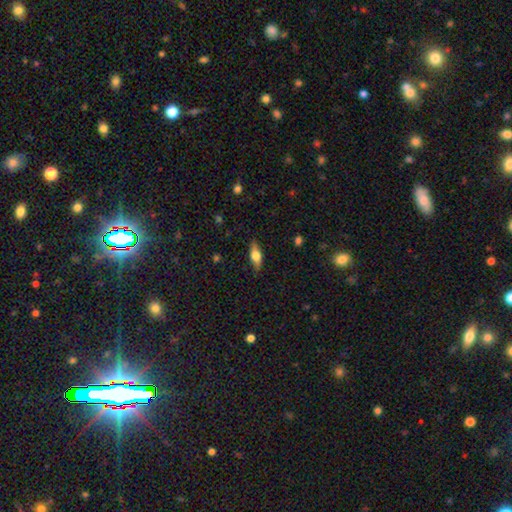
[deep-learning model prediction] smooth-or-featured: smooth: 54% | featured or disk: 39% | star or artifact: 7%
  how-rounded: in between: 65% | cigar-shaped: 31% | round: 4%
  merging: none: 84% | minor disturbance: 13% | major disturbance: 3% | merger: 1%